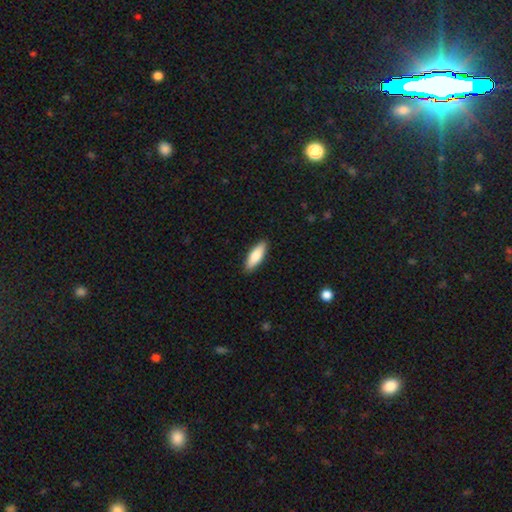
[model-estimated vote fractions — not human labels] Q: Smooth or featured?
A: smooth (82%); runner-up: featured or disk (13%)
Q: How rounded?
A: in between (57%); runner-up: cigar-shaped (42%)
Q: Merging?
A: none (90%); runner-up: minor disturbance (8%)